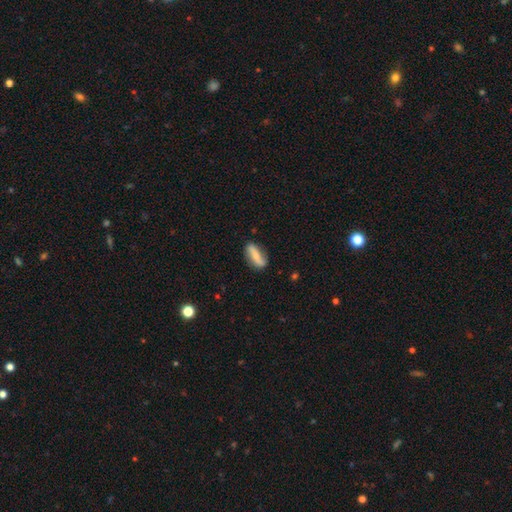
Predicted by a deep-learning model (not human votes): Morphology: type=smooth (47%); merging=none (77%).